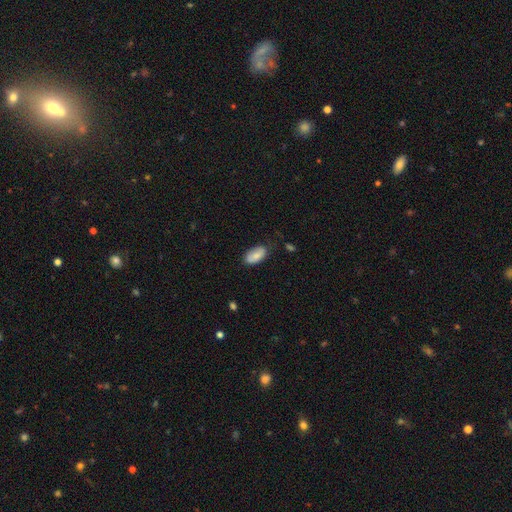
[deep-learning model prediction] Q: Smooth or featured?
A: smooth (79%); runner-up: featured or disk (14%)
Q: How rounded?
A: in between (93%); runner-up: cigar-shaped (4%)
Q: Merging?
A: none (67%); runner-up: minor disturbance (25%)